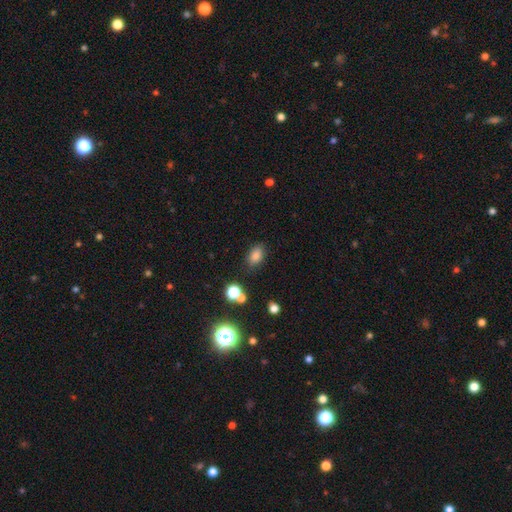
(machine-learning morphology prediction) A smooth galaxy with no disk features (81%) that is in between round and cigar-shaped (84%).

Vote fractions:
- Smooth or featured? smooth: 81% / star or artifact: 13% / featured or disk: 6%
- How rounded? in between: 84% / round: 14% / cigar-shaped: 2%
- Merging? none: 82% / minor disturbance: 11% / merger: 4% / major disturbance: 3%